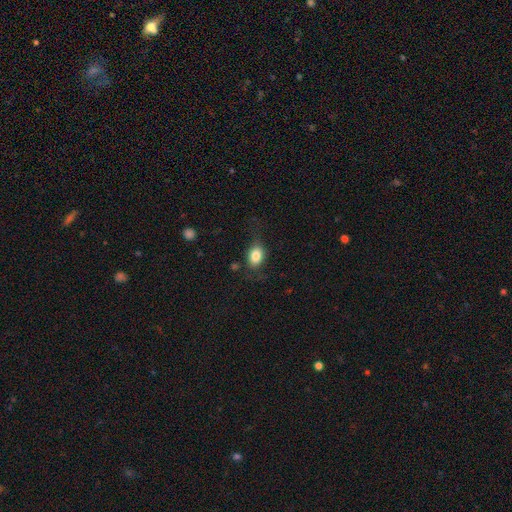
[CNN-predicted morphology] type=smooth (81%); roundness=in between (72%); merging=none (66%).